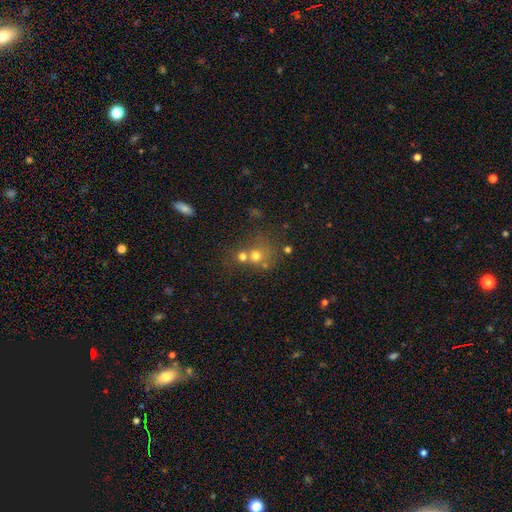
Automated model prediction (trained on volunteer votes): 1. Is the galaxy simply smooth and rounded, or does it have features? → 63% smooth, 19% star or artifact, 18% featured or disk.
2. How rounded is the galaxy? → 81% round, 18% in between, 1% cigar-shaped.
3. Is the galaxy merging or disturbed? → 50% merger, 38% none, 7% minor disturbance, 5% major disturbance.